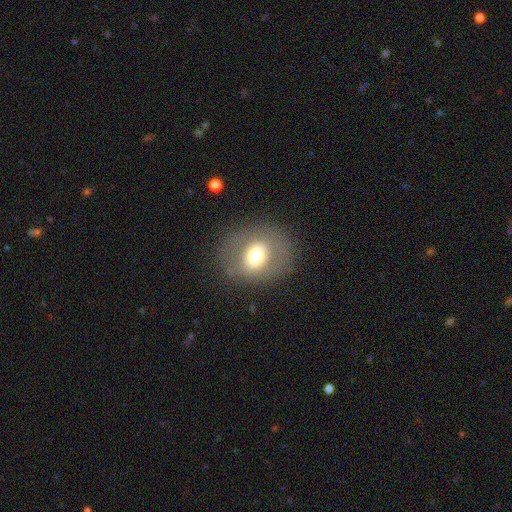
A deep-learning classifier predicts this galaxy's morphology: type=smooth (55%); roundness=round (56%); merging=none (77%).